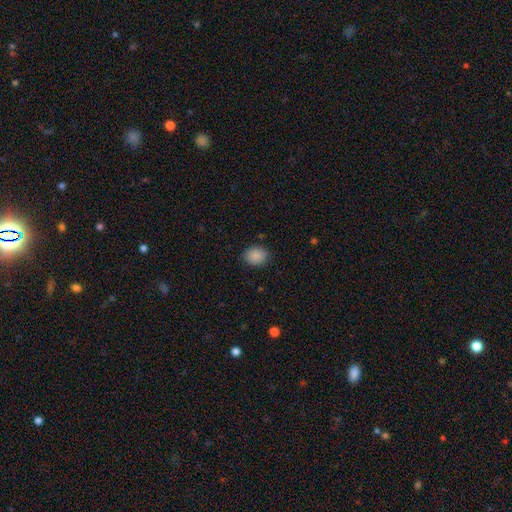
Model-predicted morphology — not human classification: Q: Smooth or featured?
A: smooth (88%); runner-up: star or artifact (8%)
Q: How rounded?
A: round (52%); runner-up: in between (47%)
Q: Merging?
A: none (85%); runner-up: minor disturbance (11%)